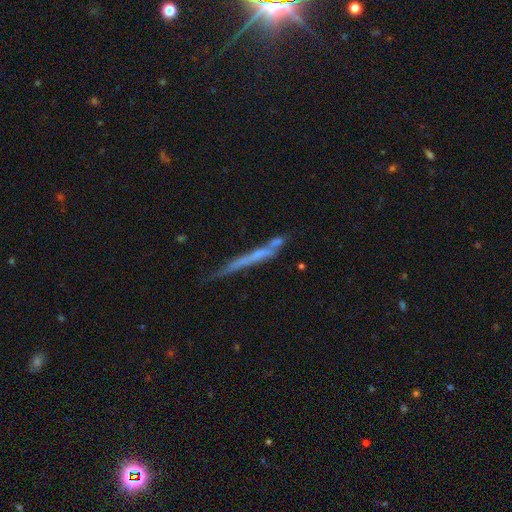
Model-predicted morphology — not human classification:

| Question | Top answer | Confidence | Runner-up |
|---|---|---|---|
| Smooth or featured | featured or disk | 51% | smooth (40%) |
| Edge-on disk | yes | 91% | no (9%) |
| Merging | none | 67% | minor disturbance (19%) |